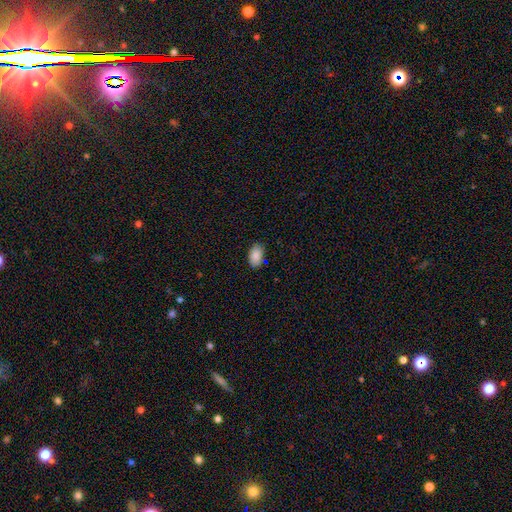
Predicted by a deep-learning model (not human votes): smooth-or-featured: smooth: 88% | star or artifact: 7% | featured or disk: 4%
  how-rounded: in between: 94% | round: 5% | cigar-shaped: 1%
  merging: none: 83% | minor disturbance: 13% | major disturbance: 2% | merger: 2%